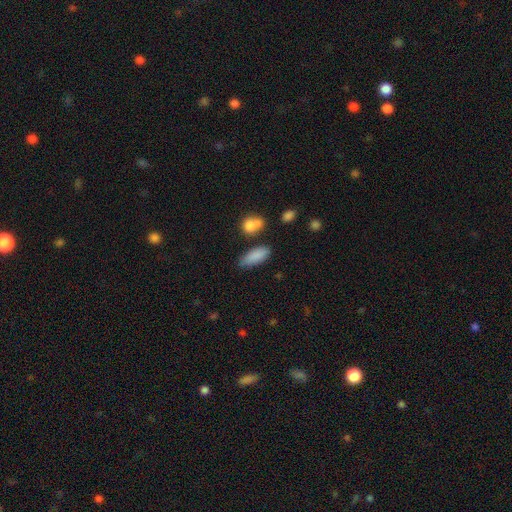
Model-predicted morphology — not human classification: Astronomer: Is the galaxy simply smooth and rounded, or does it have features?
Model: smooth — 86%.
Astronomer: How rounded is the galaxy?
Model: in between — 74%.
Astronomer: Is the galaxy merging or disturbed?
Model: none — 70%.